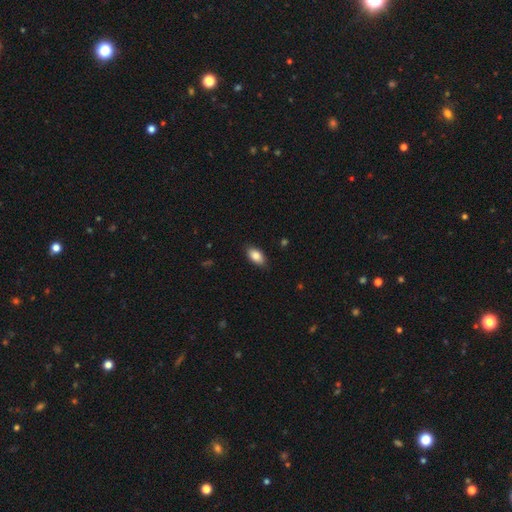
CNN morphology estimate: Overall: smooth (84%). How rounded: in between (92%). Merging: none (85%).